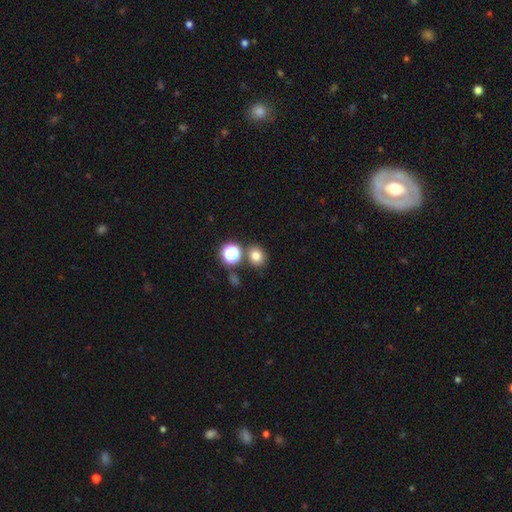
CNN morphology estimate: Smooth or featured?
  - smooth: 77% *
  - star or artifact: 17%
  - featured or disk: 7%
How rounded?
  - round: 72% *
  - in between: 27%
  - cigar-shaped: 1%
Merging?
  - none: 77% *
  - merger: 12%
  - minor disturbance: 9%
  - major disturbance: 3%